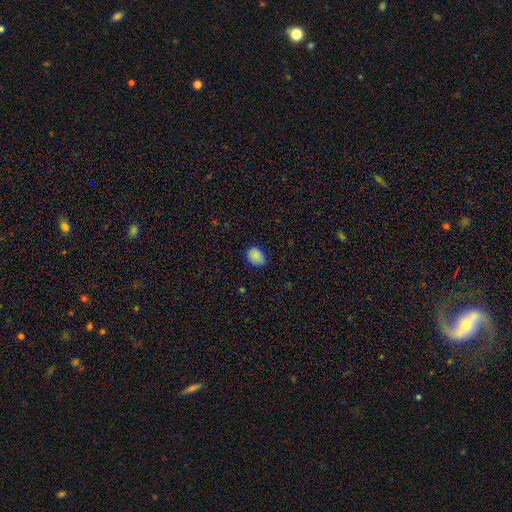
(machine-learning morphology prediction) Smooth or featured? smooth (87%)
How rounded? in between (62%)
Merging? none (74%)